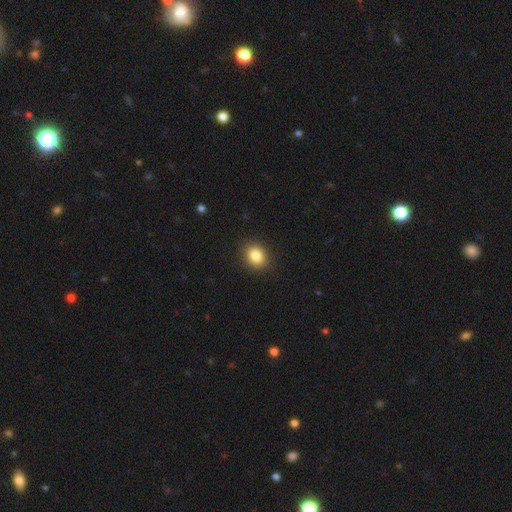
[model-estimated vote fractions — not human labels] Smooth or featured? smooth (85%)
How rounded? round (52%)
Merging? none (89%)